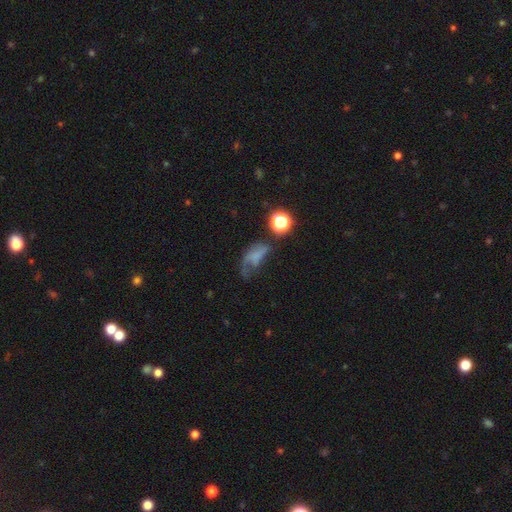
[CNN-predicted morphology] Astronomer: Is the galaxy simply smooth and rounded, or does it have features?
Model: smooth — 45% (runner-up: featured or disk, 34%).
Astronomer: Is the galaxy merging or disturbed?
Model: major disturbance — 44% (runner-up: none, 26%).